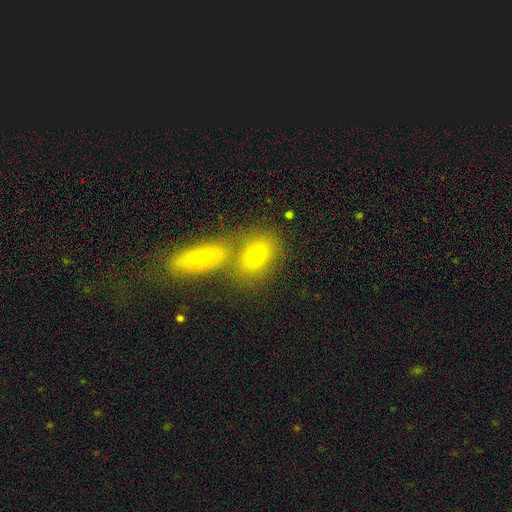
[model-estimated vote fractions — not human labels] Smooth or featured: smooth — 71% (featured or disk — 16%)
How rounded: in between — 72% (round — 24%)
Merging: none — 52% (merger — 34%)